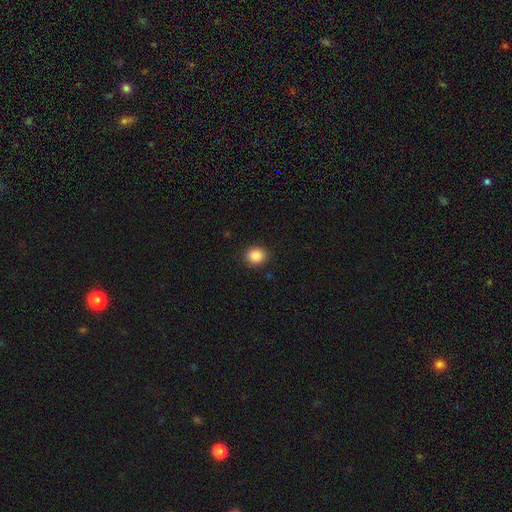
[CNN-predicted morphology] smooth_or_featured: smooth (p=0.87) [alt: star or artifact p=0.09]
how_rounded: round (p=0.71) [alt: in between p=0.28]
merging: none (p=0.90) [alt: minor disturbance p=0.07]